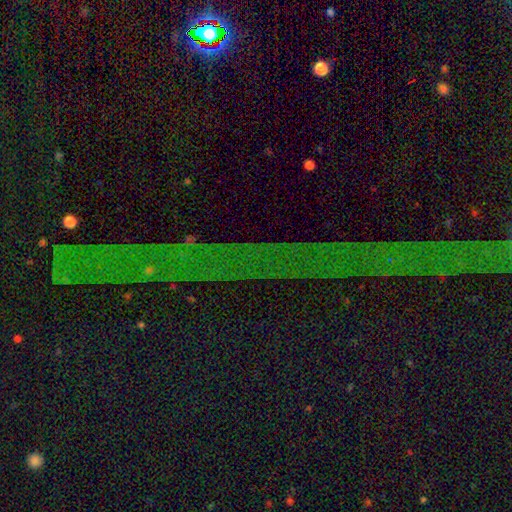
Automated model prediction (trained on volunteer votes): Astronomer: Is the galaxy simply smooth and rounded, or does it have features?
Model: star or artifact — 80%.